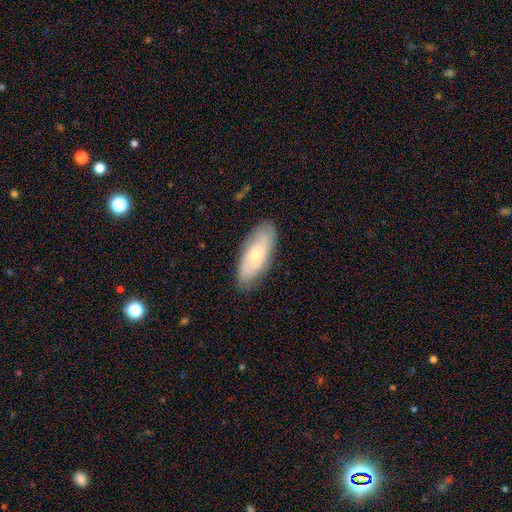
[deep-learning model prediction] A smooth galaxy with no disk features (49%).

Vote fractions:
- Smooth or featured? smooth: 49% / featured or disk: 45% / star or artifact: 6%
- Merging? none: 81% / minor disturbance: 15% / major disturbance: 3% / merger: 1%